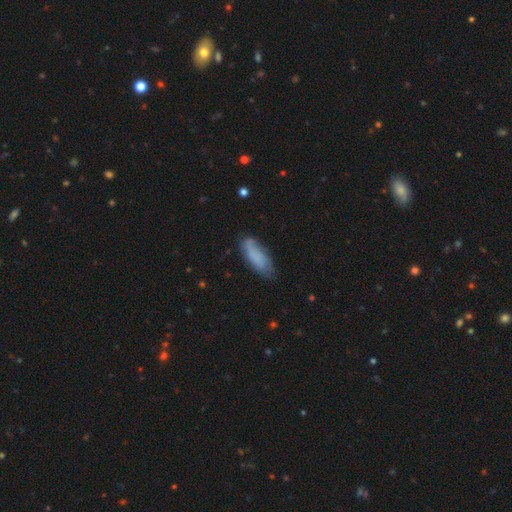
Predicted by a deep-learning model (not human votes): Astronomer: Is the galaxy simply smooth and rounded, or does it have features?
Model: smooth — 74%.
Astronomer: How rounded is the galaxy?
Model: in between — 65%.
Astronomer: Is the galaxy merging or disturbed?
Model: none — 67%.